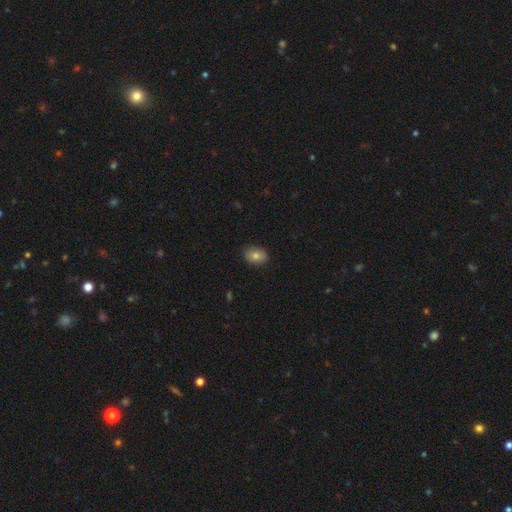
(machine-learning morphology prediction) Overall: smooth (81%). How rounded: in between (70%). Merging: none (87%).